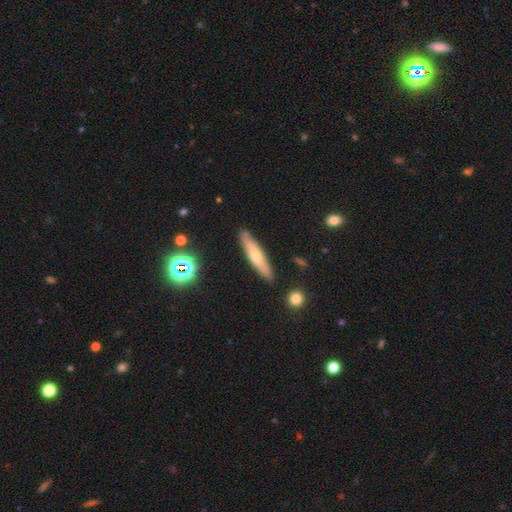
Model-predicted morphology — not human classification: Smooth or featured? Predicted: smooth (p=0.52). How rounded? Predicted: cigar-shaped (p=0.85). Merging? Predicted: none (p=0.87).